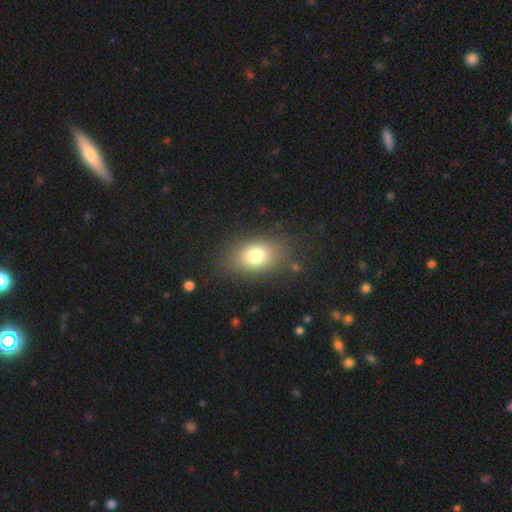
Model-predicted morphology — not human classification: This is likely a smooth galaxy (77%). How rounded: likely in between (73%). Merging: clearly none (82%).